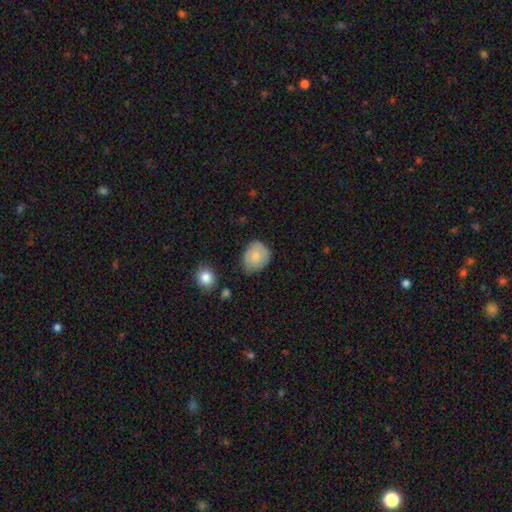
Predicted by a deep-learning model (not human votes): Smooth or featured? Predicted: smooth (p=0.77). How rounded? Predicted: round (p=0.55). Merging? Predicted: none (p=0.59).